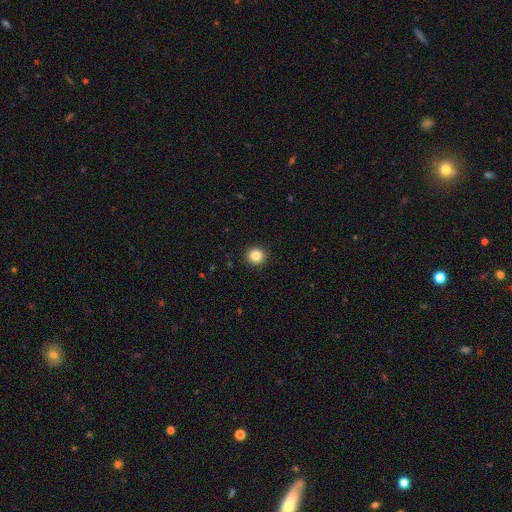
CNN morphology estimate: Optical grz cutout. It shows a smooth galaxy with no disk features (85%) that is round (94%). Merging: none (93%).